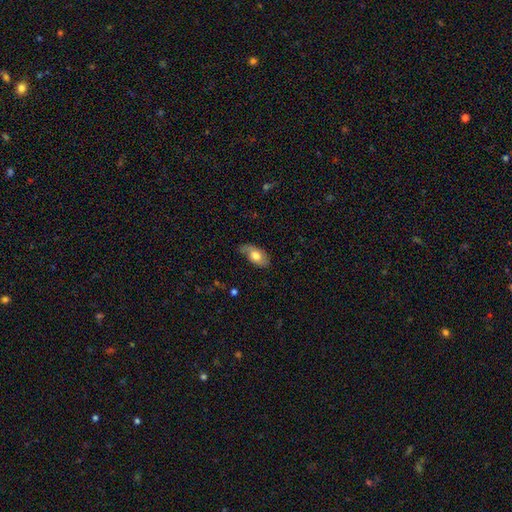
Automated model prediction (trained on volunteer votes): A smooth galaxy with no disk features (64%) that is in between round and cigar-shaped (91%). Merging: none (53%).